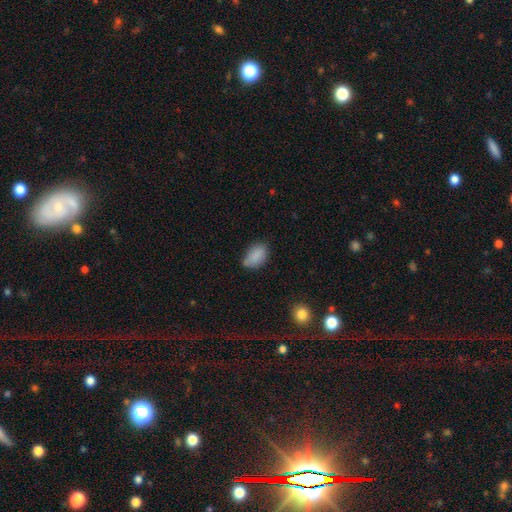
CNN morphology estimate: A smooth galaxy with no disk features (85%) that is in between round and cigar-shaped (90%).

Vote fractions:
- Smooth or featured? smooth: 85% / star or artifact: 9% / featured or disk: 7%
- How rounded? in between: 90% / round: 8% / cigar-shaped: 2%
- Merging? none: 59% / minor disturbance: 32% / major disturbance: 6% / merger: 3%